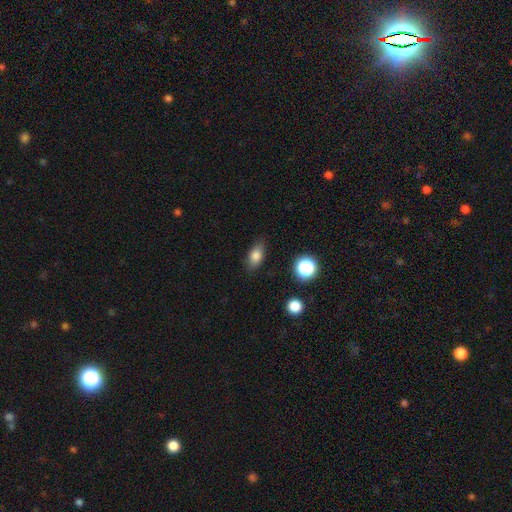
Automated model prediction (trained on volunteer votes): smooth_or_featured: smooth (p=0.80) [alt: star or artifact p=0.10]
how_rounded: in between (p=0.82) [alt: round p=0.11]
merging: none (p=0.84) [alt: minor disturbance p=0.12]